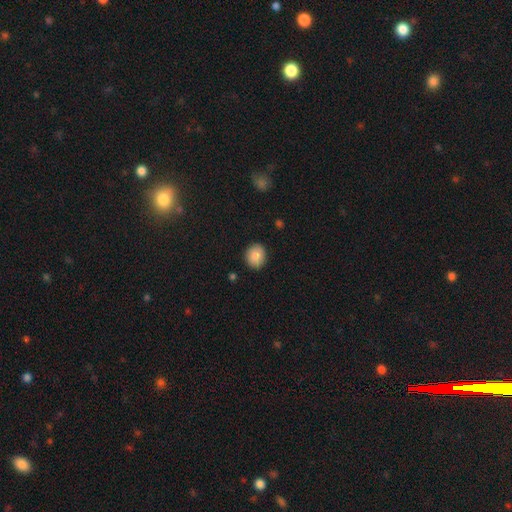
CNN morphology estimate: The model was most divided on "how rounded": round: 69%, in between: 30%, cigar-shaped: 1%. More confident: smooth or featured — smooth (88%); merging — none (87%).